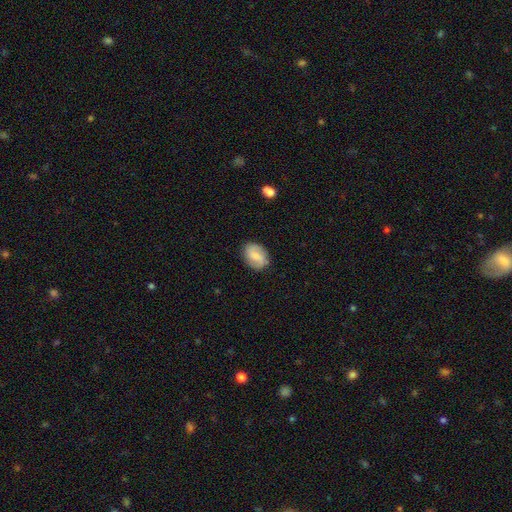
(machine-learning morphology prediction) A smooth galaxy with no disk features (52%) that is in between round and cigar-shaped (71%).

Vote fractions:
- Smooth or featured? smooth: 52% / featured or disk: 40% / star or artifact: 8%
- How rounded? in between: 71% / round: 27% / cigar-shaped: 2%
- Merging? none: 80% / minor disturbance: 14% / major disturbance: 4% / merger: 1%